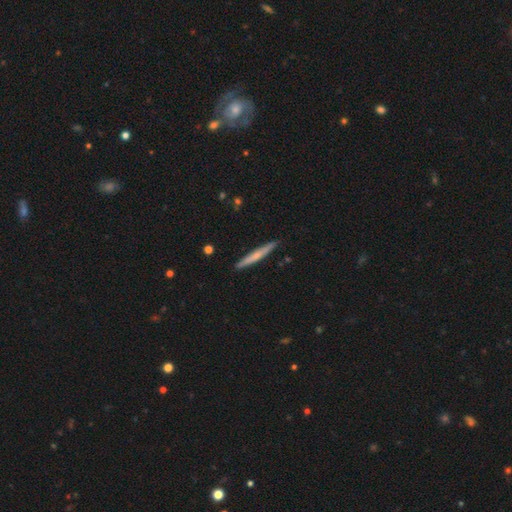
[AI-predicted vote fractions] Morphology: type=smooth (52%); roundness=cigar-shaped (96%); merging=none (90%).